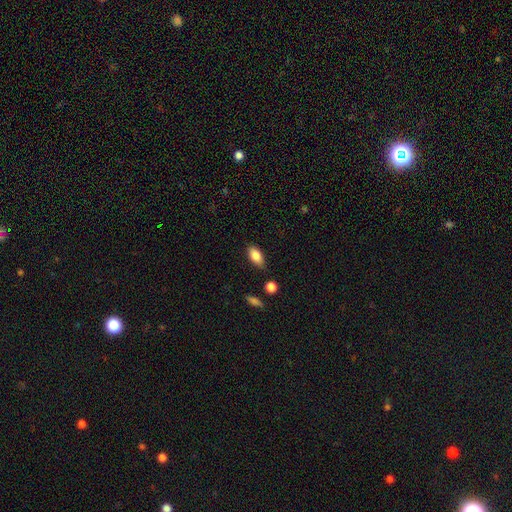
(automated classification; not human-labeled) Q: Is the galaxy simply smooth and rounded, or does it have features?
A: smooth — 84%.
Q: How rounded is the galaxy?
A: in between — 90%.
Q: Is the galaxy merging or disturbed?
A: none — 78%.